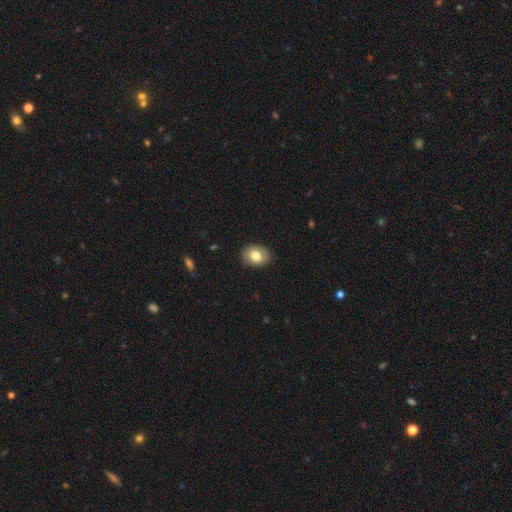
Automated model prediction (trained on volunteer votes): A smooth galaxy with no disk features (78%) that is in between round and cigar-shaped (67%).

Vote fractions:
- Smooth or featured? smooth: 78% / featured or disk: 14% / star or artifact: 8%
- How rounded? in between: 67% / round: 32% / cigar-shaped: 1%
- Merging? none: 85% / minor disturbance: 11% / major disturbance: 2% / merger: 1%